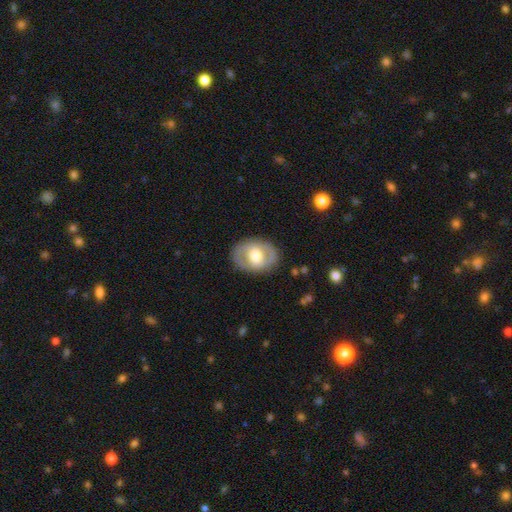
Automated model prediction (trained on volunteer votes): Smooth or featured? Predicted: featured or disk (p=0.57). Edge-on disk? Predicted: no (p=0.94). Bar? Predicted: no (p=0.50). Spiral arms? Predicted: no (p=0.59). Bulge size? Predicted: moderate (p=0.64). Merging? Predicted: none (p=0.83).